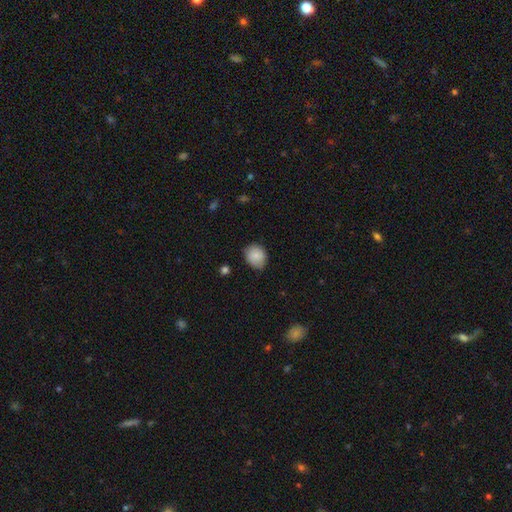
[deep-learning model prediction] Morphology: type=smooth (83%); roundness=round (65%); merging=none (71%).